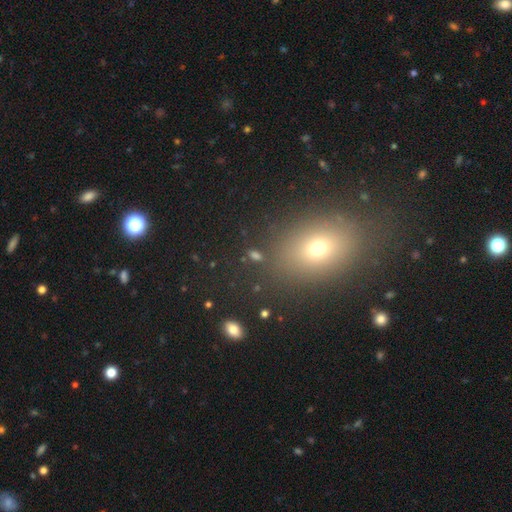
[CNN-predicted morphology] The model was most divided on "how rounded": in between: 51%, round: 45%, cigar-shaped: 4%. More confident: merging — none (79%); smooth or featured — smooth (59%).